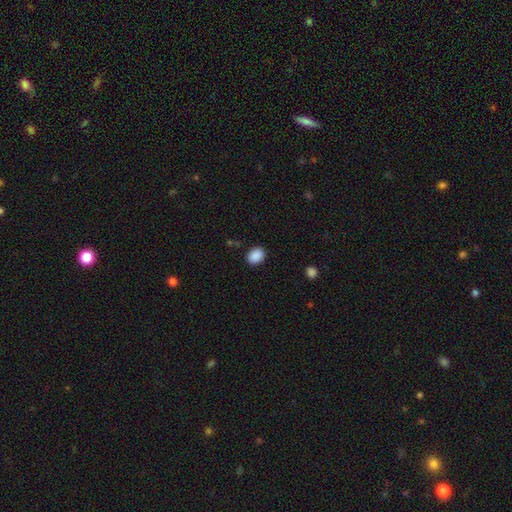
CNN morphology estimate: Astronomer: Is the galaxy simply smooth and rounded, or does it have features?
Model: smooth — 90%.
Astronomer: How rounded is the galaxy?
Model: in between — 66%.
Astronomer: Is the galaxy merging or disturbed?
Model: none — 89%.